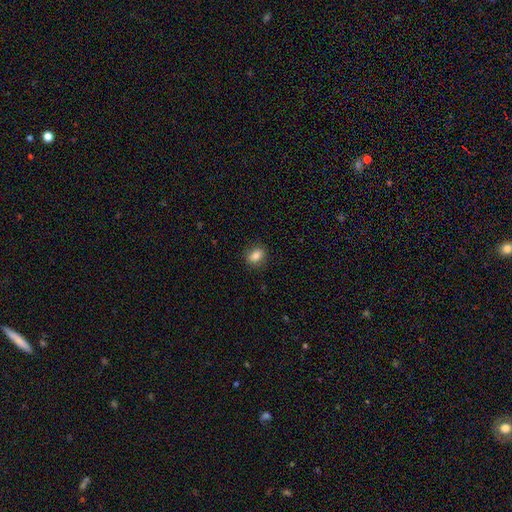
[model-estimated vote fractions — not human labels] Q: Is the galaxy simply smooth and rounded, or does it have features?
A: smooth — 83%.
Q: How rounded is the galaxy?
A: in between — 72%.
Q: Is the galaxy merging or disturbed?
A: none — 84%.